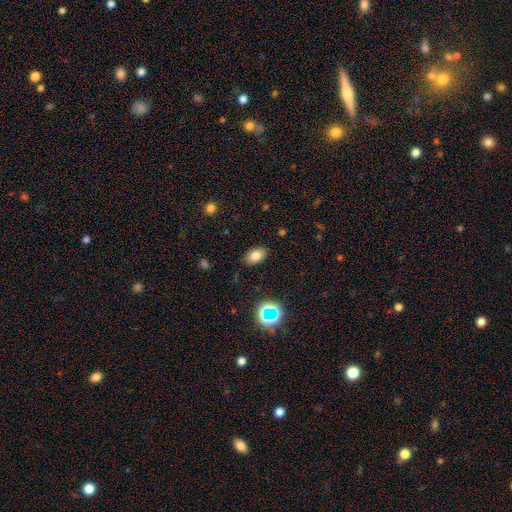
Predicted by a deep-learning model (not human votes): This is likely a smooth galaxy (77%). How rounded: clearly in between (89%). Merging: clearly none (86%).